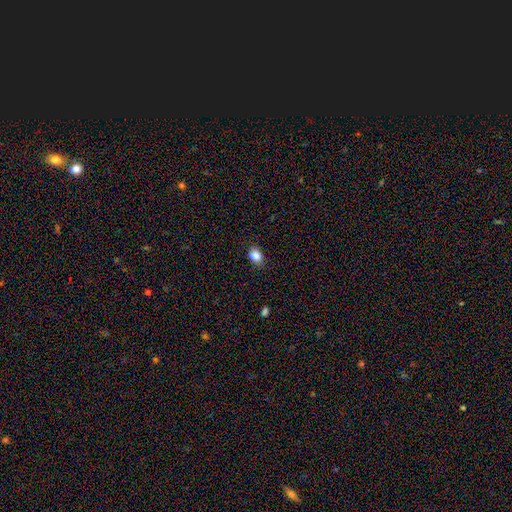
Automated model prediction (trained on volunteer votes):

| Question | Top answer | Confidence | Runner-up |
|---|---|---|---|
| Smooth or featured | smooth | 86% | star or artifact (9%) |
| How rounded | in between | 70% | round (29%) |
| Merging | none | 83% | minor disturbance (13%) |